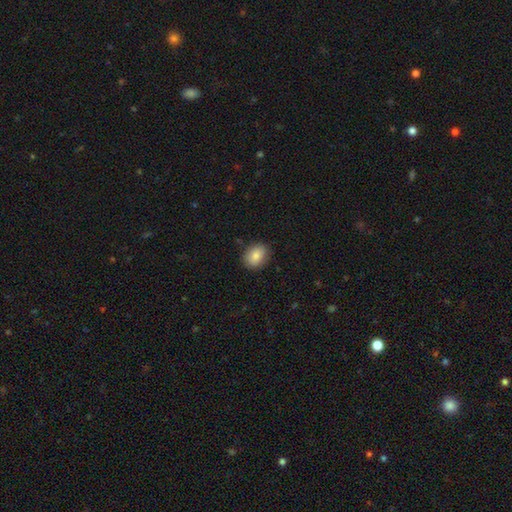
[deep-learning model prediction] smooth_or_featured: smooth (p=0.84) [alt: featured or disk p=0.08]
how_rounded: in between (p=0.59) [alt: round p=0.40]
merging: none (p=0.86) [alt: minor disturbance p=0.11]